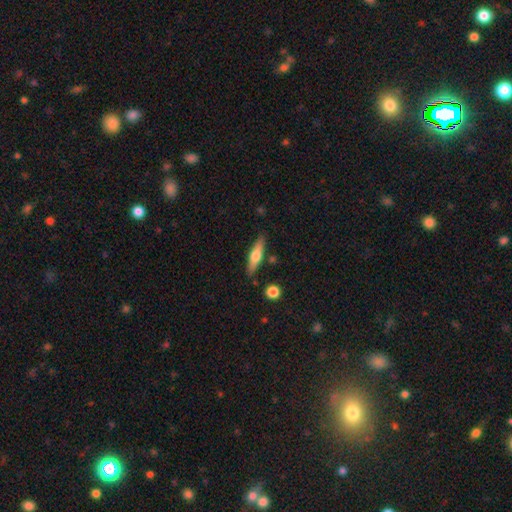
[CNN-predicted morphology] A smooth galaxy with no disk features (49%). Merging: none (84%).